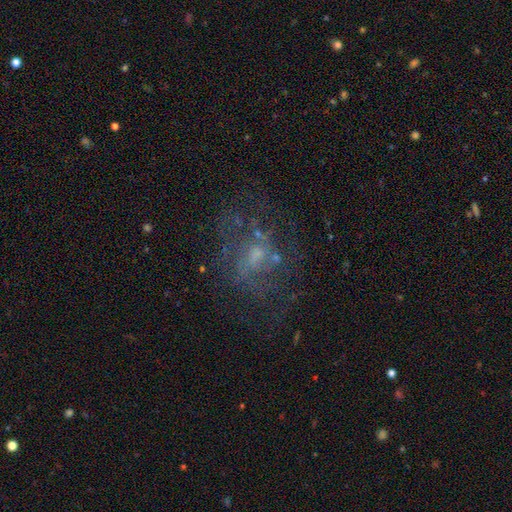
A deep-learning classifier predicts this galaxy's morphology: Smooth or featured?
  - featured or disk: 62% *
  - smooth: 21%
  - star or artifact: 17%
Edge-on disk?
  - no: 97% *
  - yes: 3%
Bar?
  - no: 68% *
  - weak: 28%
  - strong: 4%
Spiral arms?
  - yes: 54% *
  - no: 46%
Bulge size?
  - small: 44% *
  - moderate: 34%
  - none: 18%
  - large: 3%
  - dominant: 1%
Merging?
  - none: 56% *
  - major disturbance: 24%
  - minor disturbance: 17%
  - merger: 4%